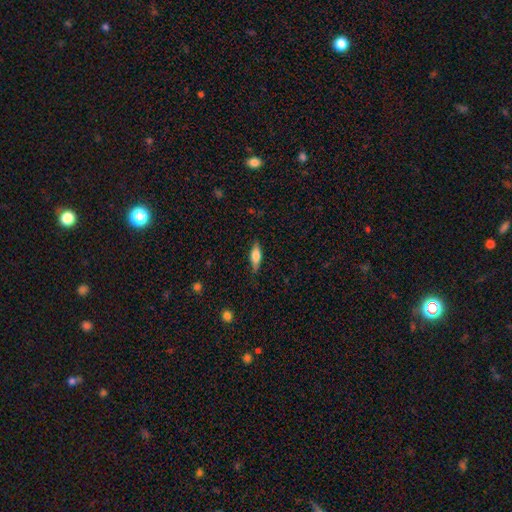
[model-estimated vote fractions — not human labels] Smooth or featured?
  - smooth: 62% *
  - featured or disk: 31%
  - star or artifact: 7%
How rounded?
  - in between: 54% *
  - cigar-shaped: 43%
  - round: 3%
Merging?
  - none: 82% *
  - minor disturbance: 14%
  - major disturbance: 3%
  - merger: 1%